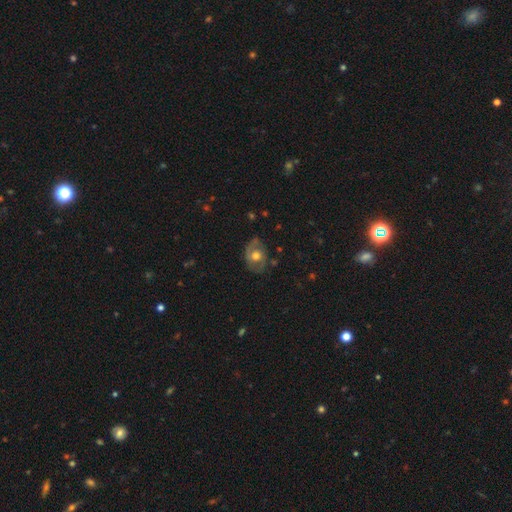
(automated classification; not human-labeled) A featured or disk galaxy (51%).

Vote fractions:
- Smooth or featured? featured or disk: 51% / smooth: 41% / star or artifact: 8%
- Edge-on disk? no: 95% / yes: 5%
- Merging? none: 66% / minor disturbance: 23% / major disturbance: 9% / merger: 2%